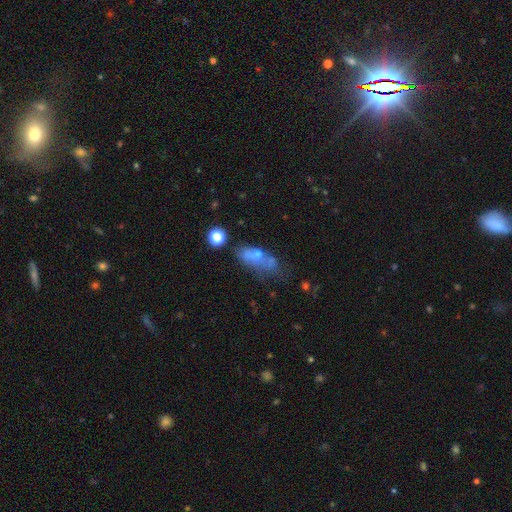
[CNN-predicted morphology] Smooth or featured?
  - smooth: 55% *
  - featured or disk: 31%
  - star or artifact: 15%
How rounded?
  - in between: 74% *
  - cigar-shaped: 16%
  - round: 10%
Merging?
  - none: 29% *
  - major disturbance: 25%
  - merger: 24%
  - minor disturbance: 22%